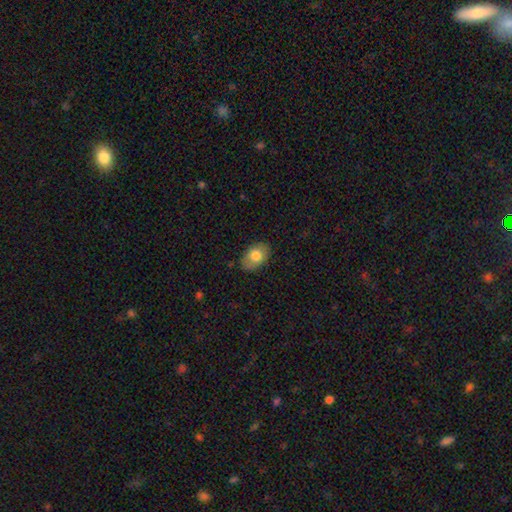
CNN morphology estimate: type=smooth (76%); roundness=in between (85%); merging=none (83%).